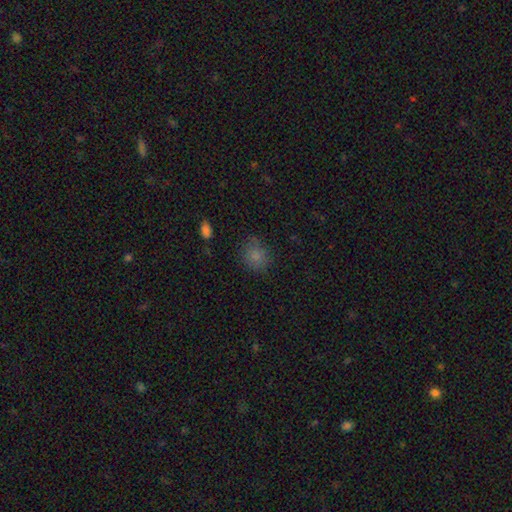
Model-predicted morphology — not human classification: Smooth or featured?
  - smooth: 81% *
  - star or artifact: 13%
  - featured or disk: 6%
How rounded?
  - round: 75% *
  - in between: 24%
  - cigar-shaped: 1%
Merging?
  - none: 76% *
  - minor disturbance: 18%
  - major disturbance: 5%
  - merger: 2%